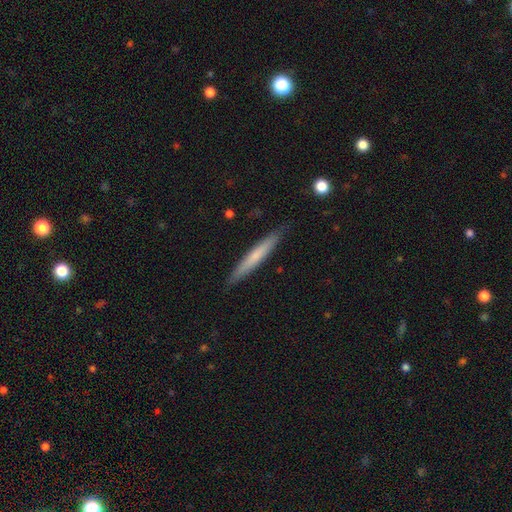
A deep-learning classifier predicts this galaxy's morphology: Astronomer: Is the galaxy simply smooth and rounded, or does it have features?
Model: smooth — 60% (runner-up: featured or disk, 35%).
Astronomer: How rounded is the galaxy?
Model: cigar-shaped — 96%.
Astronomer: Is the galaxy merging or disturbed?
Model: none — 89%.